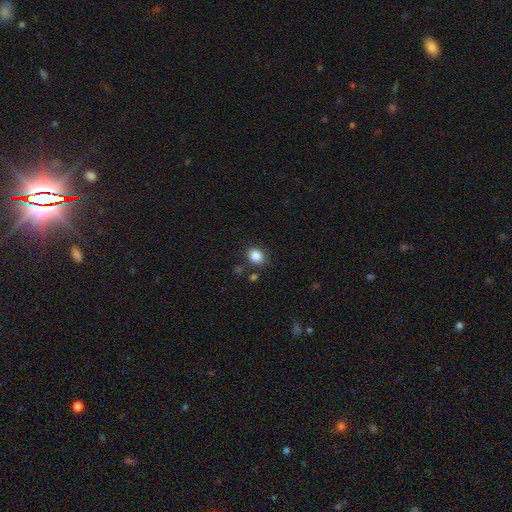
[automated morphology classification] Overall: smooth (86%). How rounded: round (54%; in between 45%). Merging: none (84%).